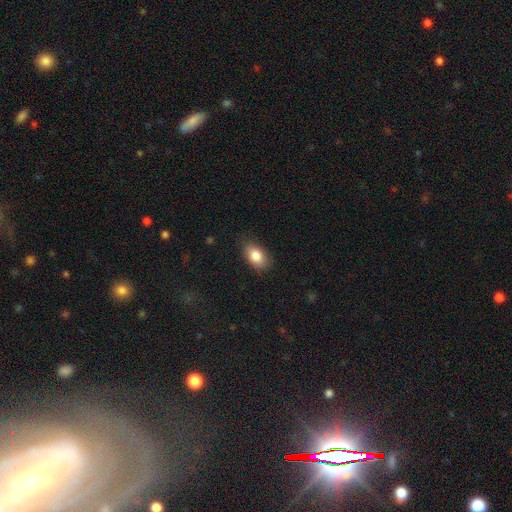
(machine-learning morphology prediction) Overall: smooth (84%). How rounded: in between (91%). Merging: none (83%).